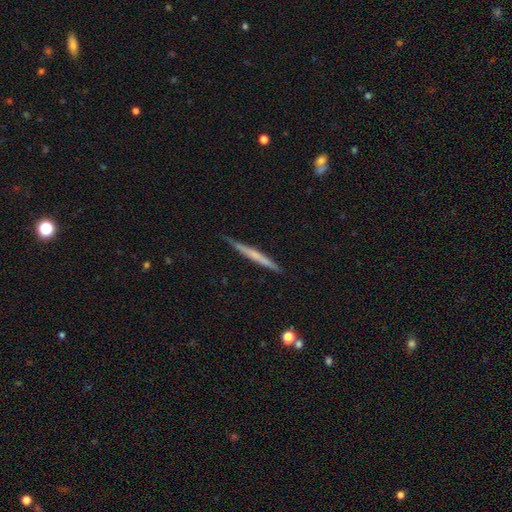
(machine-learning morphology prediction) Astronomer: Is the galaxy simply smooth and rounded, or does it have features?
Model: featured or disk — 52% (runner-up: smooth, 42%).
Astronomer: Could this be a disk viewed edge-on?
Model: yes — 97%.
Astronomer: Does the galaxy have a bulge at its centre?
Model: none — 77%.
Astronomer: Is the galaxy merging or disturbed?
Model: none — 86%.